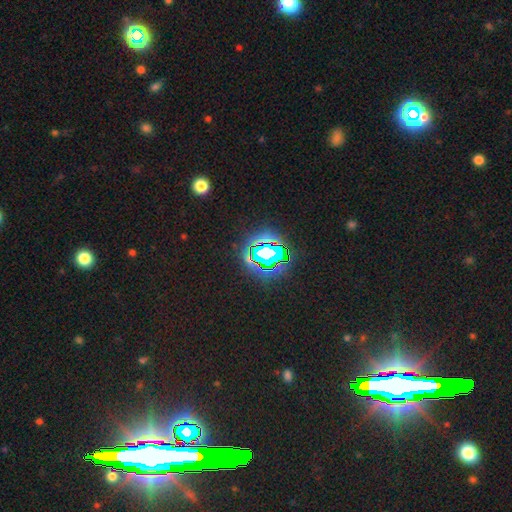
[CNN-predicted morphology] Smooth or featured? star or artifact (83%)